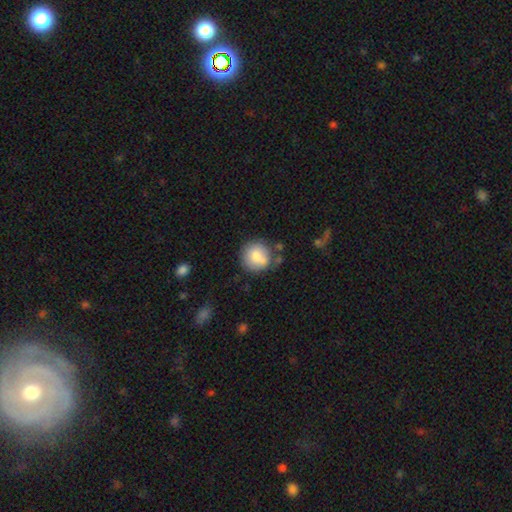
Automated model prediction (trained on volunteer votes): Overall: smooth (78%). How rounded: round (93%). Merging: none (71%).